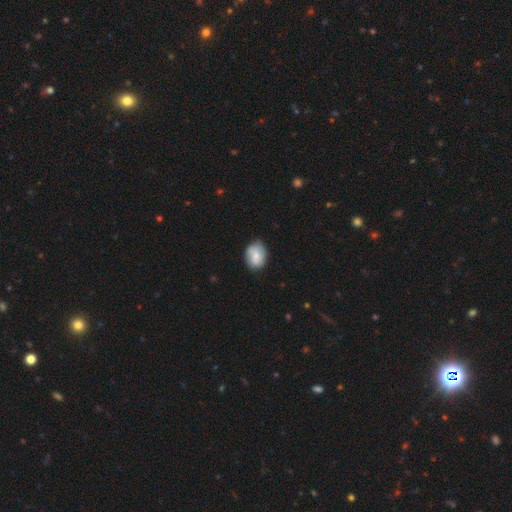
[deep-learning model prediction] Smooth or featured: smooth — 78% (featured or disk — 16%)
How rounded: in between — 59% (round — 40%)
Merging: none — 79% (minor disturbance — 17%)